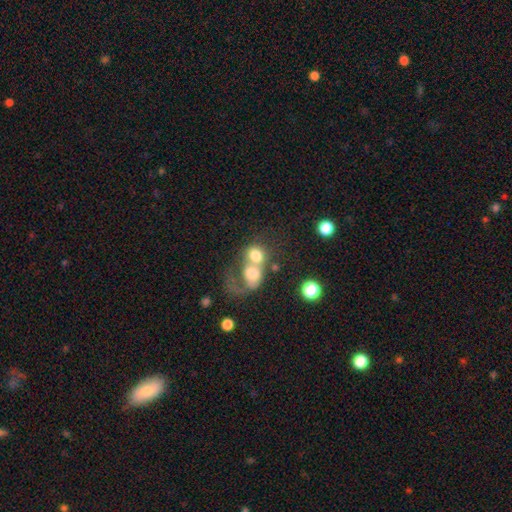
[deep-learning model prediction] A smooth galaxy with no disk features (66%) that is round (60%).

Vote fractions:
- Smooth or featured? smooth: 66% / featured or disk: 24% / star or artifact: 11%
- How rounded? round: 60% / in between: 39% / cigar-shaped: 1%
- Merging? merger: 73% / none: 11% / major disturbance: 11% / minor disturbance: 5%